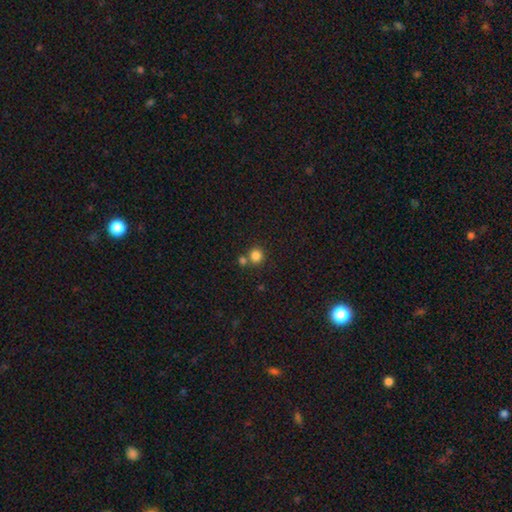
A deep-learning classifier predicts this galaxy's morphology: The model was most divided on "merging": none: 67%, merger: 23%, minor disturbance: 7%, major disturbance: 3%. More confident: how rounded — round (91%); smooth or featured — smooth (83%).